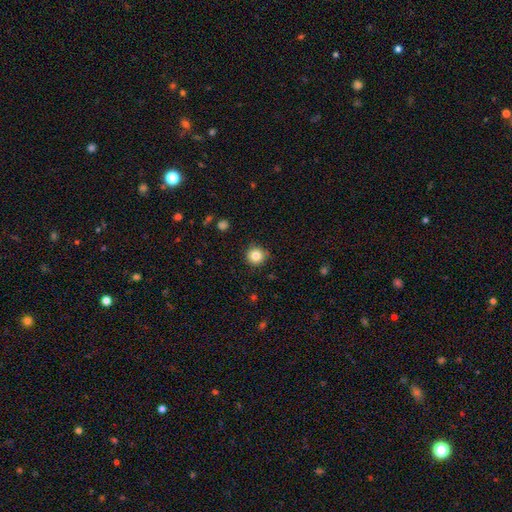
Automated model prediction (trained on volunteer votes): smooth 84%, star or artifact 10%, featured or disk 6%. Down the decision tree: how rounded — round (94%); merging — none (89%).